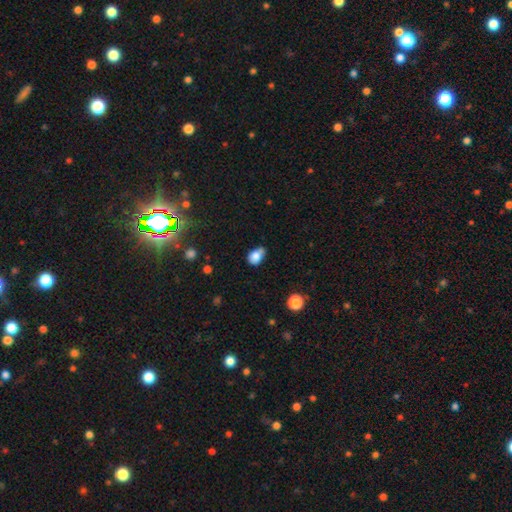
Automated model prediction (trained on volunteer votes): This is likely a smooth galaxy (78%). How rounded: likely in between (70%). Merging: marginally minor disturbance (39%).